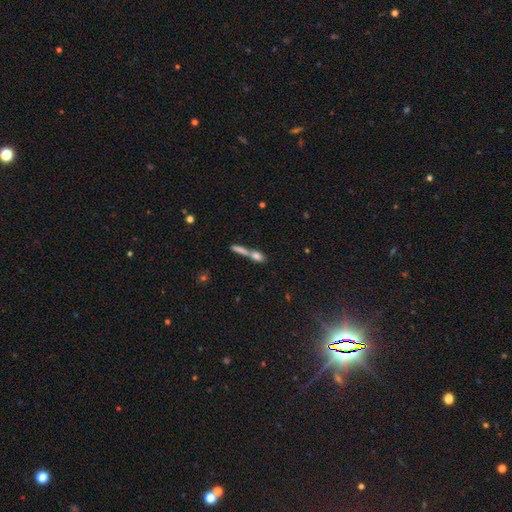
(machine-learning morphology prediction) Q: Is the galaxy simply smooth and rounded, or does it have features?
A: smooth — 70%.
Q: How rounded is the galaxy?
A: cigar-shaped — 52%.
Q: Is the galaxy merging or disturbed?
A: merger — 52%.